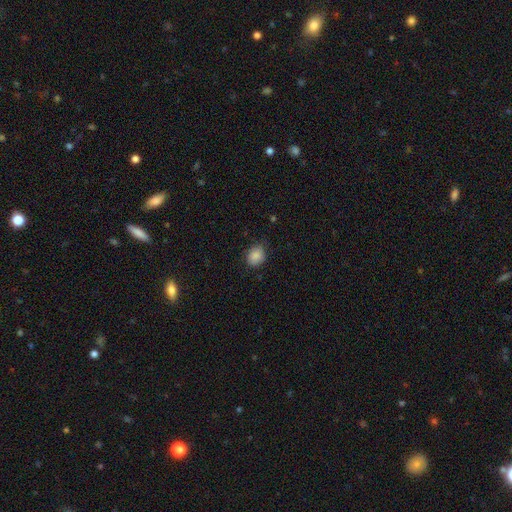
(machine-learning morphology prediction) This appears to be a smooth galaxy with no disk features (86%) that is round (58%). Merging: none (78%).